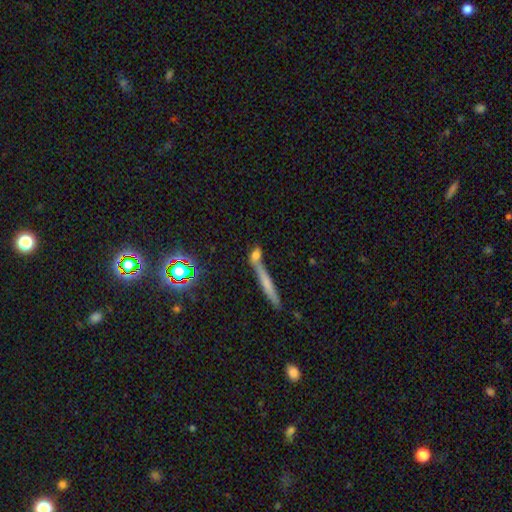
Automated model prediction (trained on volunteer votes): Smooth or featured? Predicted: smooth (p=0.63). How rounded? Predicted: cigar-shaped (p=0.45). Merging? Predicted: none (p=0.44).